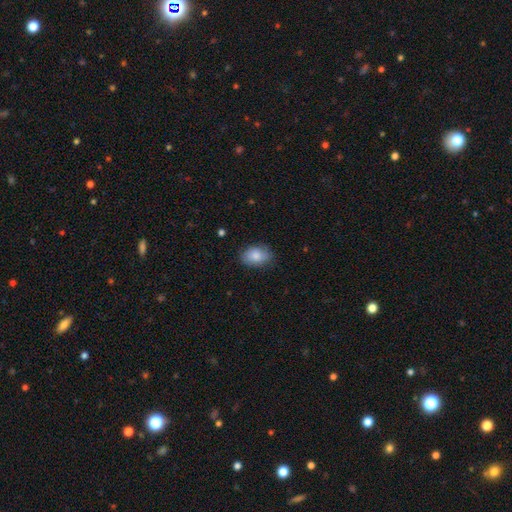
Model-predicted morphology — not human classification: Smooth or featured? smooth (82%)
How rounded? in between (81%)
Merging? none (80%)